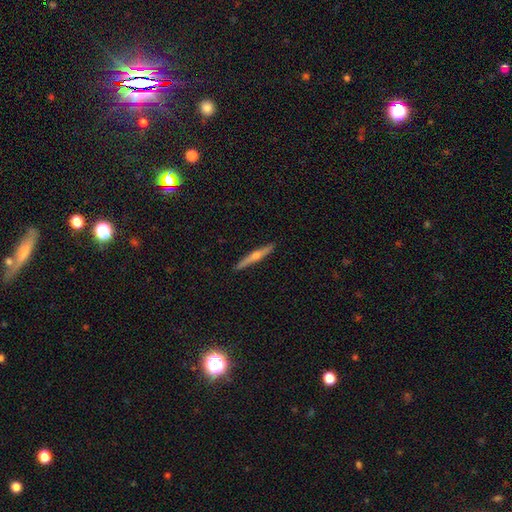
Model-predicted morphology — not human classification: featured or disk 63%, smooth 31%, star or artifact 6%. Down the decision tree: edge-on disk — yes (97%); edge-on bulge — rounded (85%); merging — none (91%).